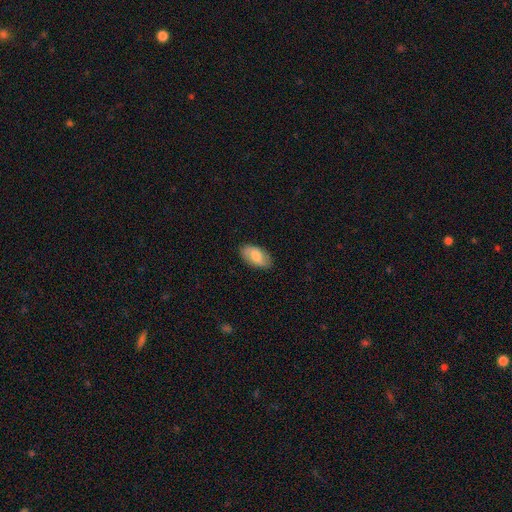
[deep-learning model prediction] A smooth galaxy with no disk features (68%) that is in between round and cigar-shaped (94%). Merging: none (85%).